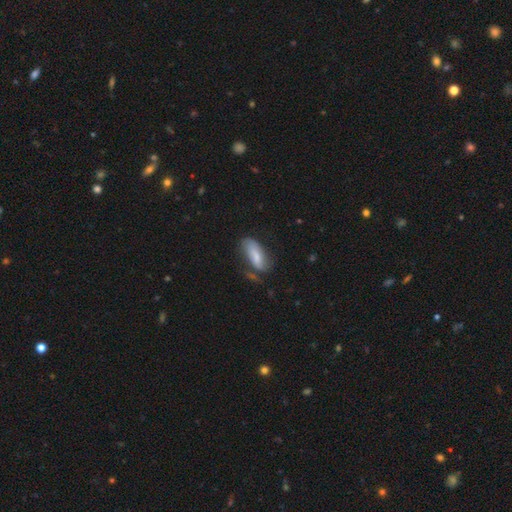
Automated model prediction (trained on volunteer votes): smooth_or_featured: smooth (p=0.65) [alt: featured or disk p=0.28]
how_rounded: in between (p=0.79) [alt: cigar-shaped p=0.18]
merging: none (p=0.44) [alt: minor disturbance p=0.29]